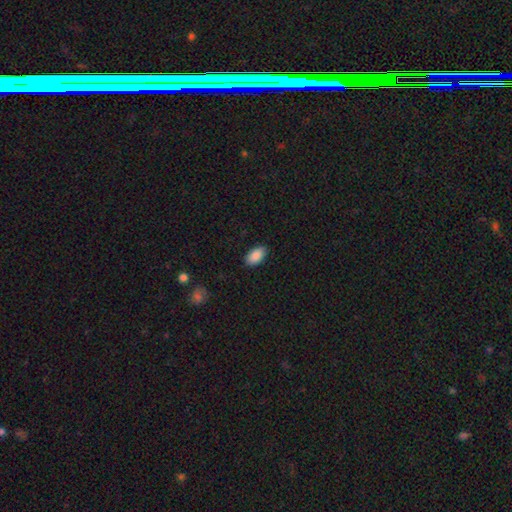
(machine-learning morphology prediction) smooth 89%, star or artifact 7%, featured or disk 4%. Down the decision tree: how rounded — in between (94%); merging — none (86%).